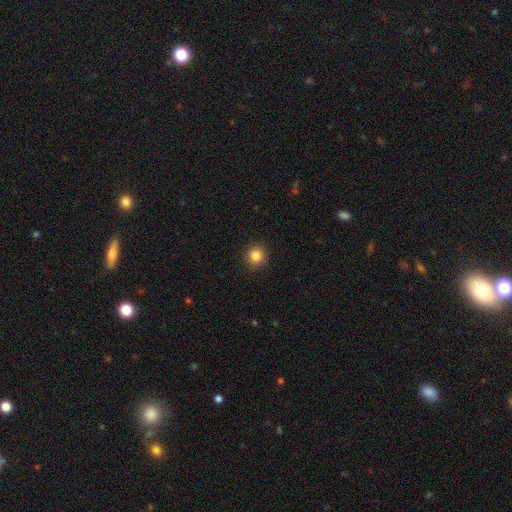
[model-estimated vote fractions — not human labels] The model was most divided on "smooth or featured": smooth: 85%, star or artifact: 11%, featured or disk: 4%. More confident: how rounded — round (93%); merging — none (92%).